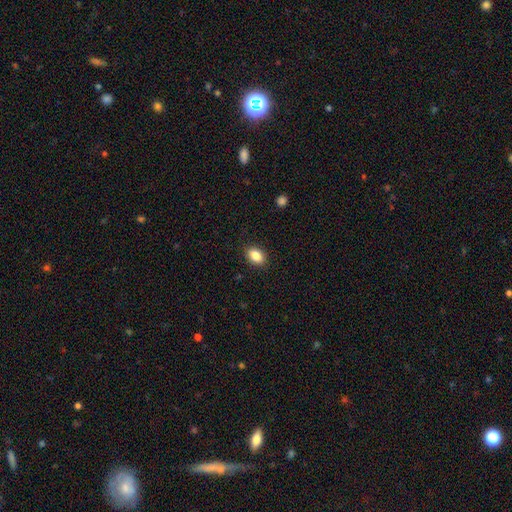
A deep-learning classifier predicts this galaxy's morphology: Smooth or featured? smooth (87%)
How rounded? in between (86%)
Merging? none (89%)